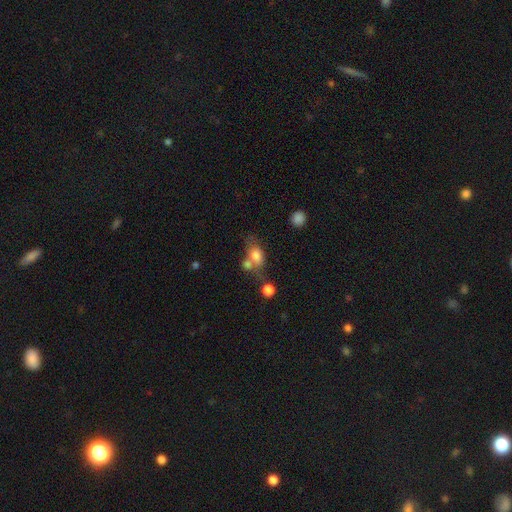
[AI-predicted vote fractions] Overall: smooth (74%). How rounded: in between (73%). Merging: merger (43%; none 33%).